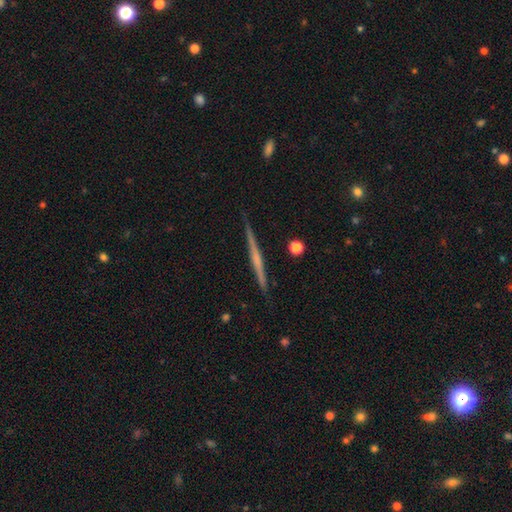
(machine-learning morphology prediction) This is likely a featured or disk galaxy (67%). It is clearly viewed edge-on (98%). Edge-on bulge: possibly none (55%). Merging: clearly none (91%).